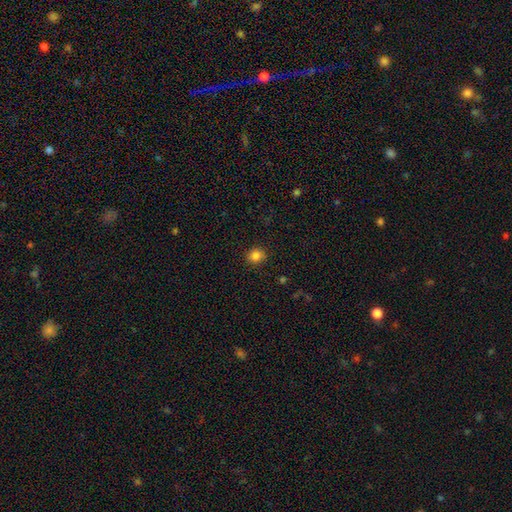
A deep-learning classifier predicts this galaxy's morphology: smooth 83%, star or artifact 12%, featured or disk 5%. Down the decision tree: how rounded — round (85%); merging — none (91%).